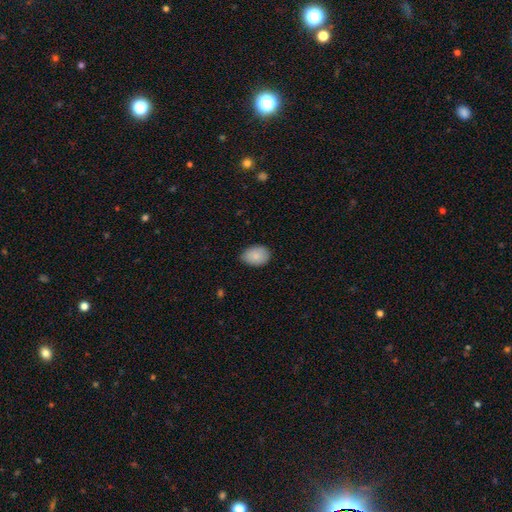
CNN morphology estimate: Smooth or featured?
  - smooth: 85% *
  - featured or disk: 8%
  - star or artifact: 7%
How rounded?
  - in between: 78% *
  - round: 21%
  - cigar-shaped: 1%
Merging?
  - none: 76% *
  - minor disturbance: 20%
  - major disturbance: 3%
  - merger: 1%